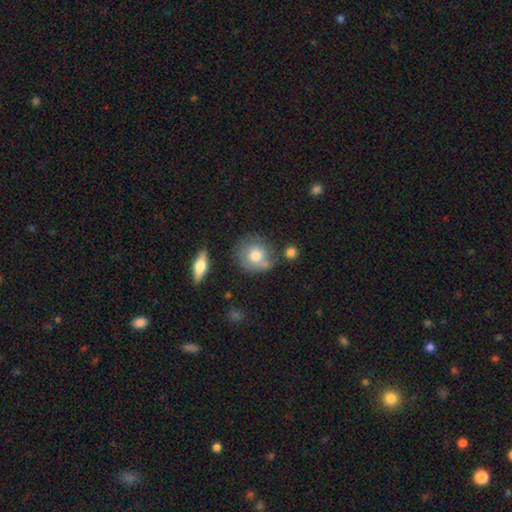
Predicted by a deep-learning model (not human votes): Q: Smooth or featured?
A: smooth (67%); runner-up: featured or disk (25%)
Q: How rounded?
A: round (86%); runner-up: in between (12%)
Q: Merging?
A: none (63%); runner-up: minor disturbance (21%)